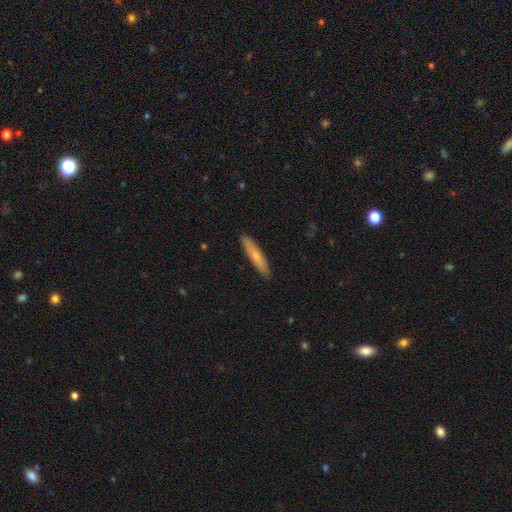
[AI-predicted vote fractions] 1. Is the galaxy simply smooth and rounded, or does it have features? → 60% smooth, 34% featured or disk, 6% star or artifact.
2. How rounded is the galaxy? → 89% cigar-shaped, 10% in between, 2% round.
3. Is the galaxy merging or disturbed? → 89% none, 8% minor disturbance, 1% major disturbance, 1% merger.